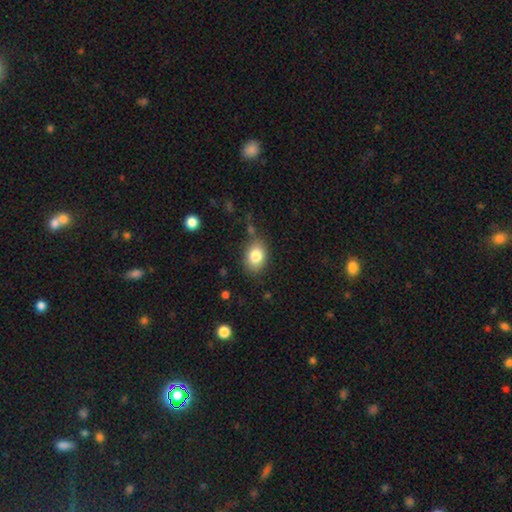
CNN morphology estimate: This appears to be a smooth galaxy with no disk features (82%) that is in between round and cigar-shaped (72%). Merging: none (77%).